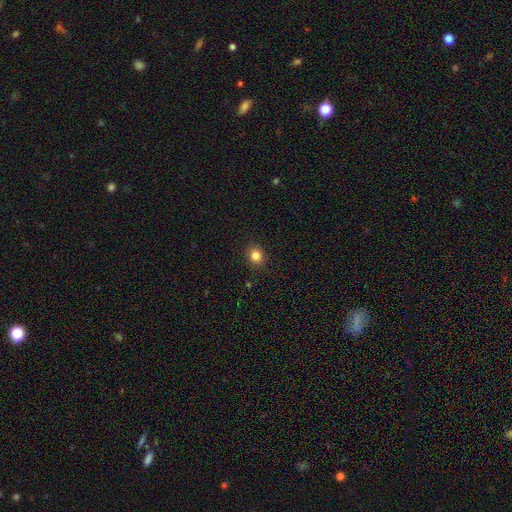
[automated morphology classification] Smooth or featured: smooth — 83% (star or artifact — 12%)
How rounded: round — 71% (in between — 28%)
Merging: none — 90% (minor disturbance — 7%)